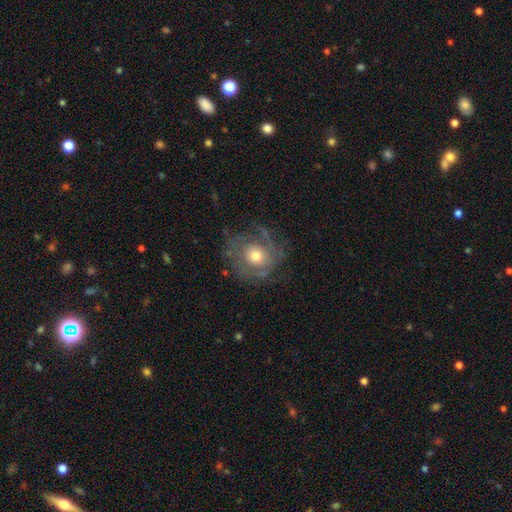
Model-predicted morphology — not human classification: Smooth or featured? Predicted: featured or disk (p=0.58). Edge-on disk? Predicted: no (p=0.97). Bar? Predicted: no (p=0.86). Spiral arms? Predicted: yes (p=0.68). Bulge size? Predicted: moderate (p=0.70). Merging? Predicted: none (p=0.62).